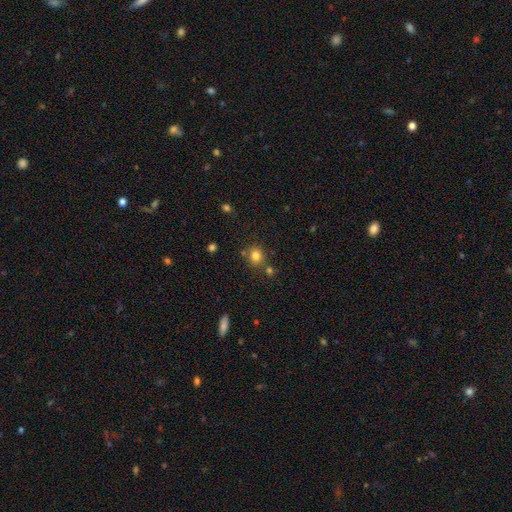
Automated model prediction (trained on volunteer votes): Smooth or featured?
  - smooth: 80% *
  - star or artifact: 13%
  - featured or disk: 7%
How rounded?
  - round: 78% *
  - in between: 21%
  - cigar-shaped: 1%
Merging?
  - none: 72% *
  - merger: 13%
  - minor disturbance: 11%
  - major disturbance: 4%